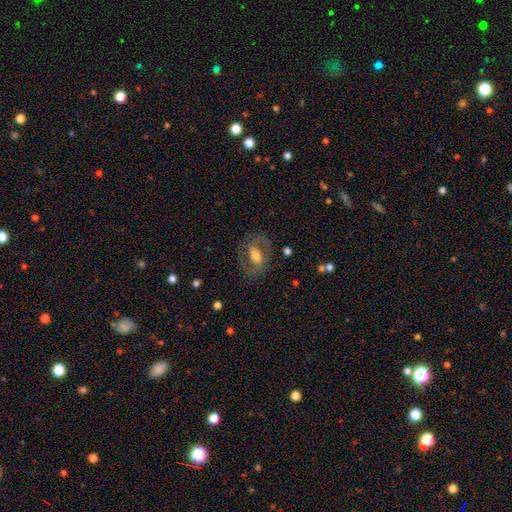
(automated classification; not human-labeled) Morphology: type=featured or disk (61%); edge-on=no (94%); bar=weak (39%); spiral arms=yes (64%); bulge=moderate (48%); merging=none (74%).